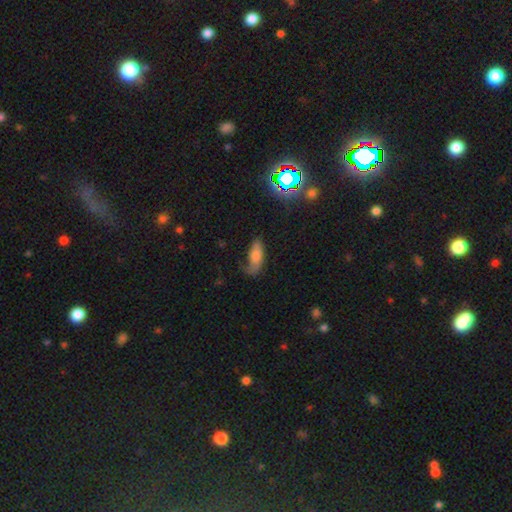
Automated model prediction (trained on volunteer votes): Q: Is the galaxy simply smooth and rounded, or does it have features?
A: smooth — 69%.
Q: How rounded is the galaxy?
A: in between — 76%.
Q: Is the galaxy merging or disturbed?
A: none — 44%.